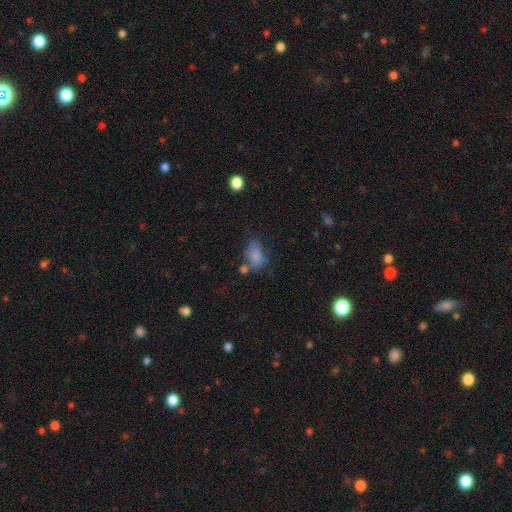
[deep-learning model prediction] Smooth or featured? Predicted: smooth (p=0.73). How rounded? Predicted: in between (p=0.87). Merging? Predicted: none (p=0.34).